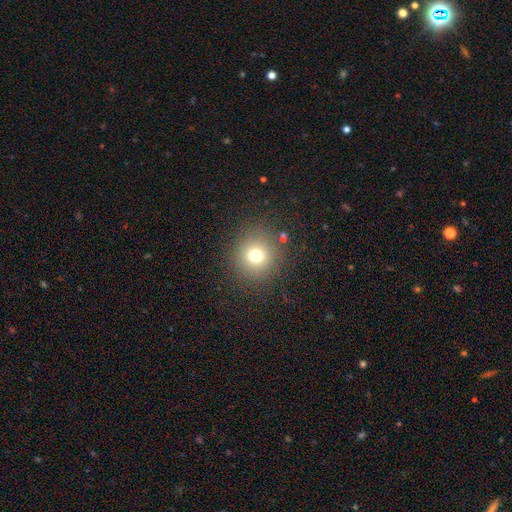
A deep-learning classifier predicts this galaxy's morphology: A smooth galaxy with no disk features (73%) that is round (92%).

Vote fractions:
- Smooth or featured? smooth: 73% / star or artifact: 17% / featured or disk: 10%
- How rounded? round: 92% / in between: 7% / cigar-shaped: 1%
- Merging? none: 86% / minor disturbance: 8% / major disturbance: 4% / merger: 2%